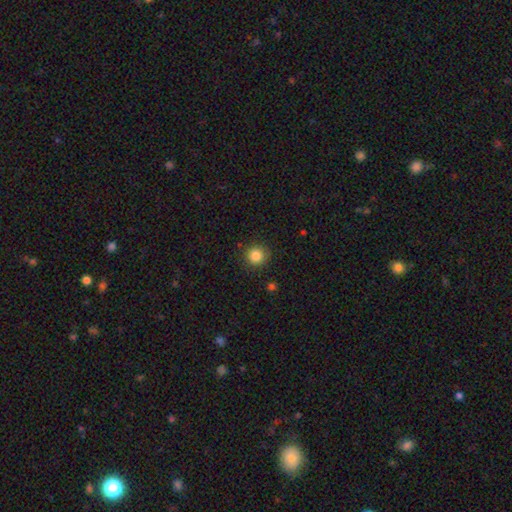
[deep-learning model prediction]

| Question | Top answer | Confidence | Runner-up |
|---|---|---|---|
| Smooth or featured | smooth | 85% | star or artifact (11%) |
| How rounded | round | 93% | in between (6%) |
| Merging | none | 89% | minor disturbance (8%) |